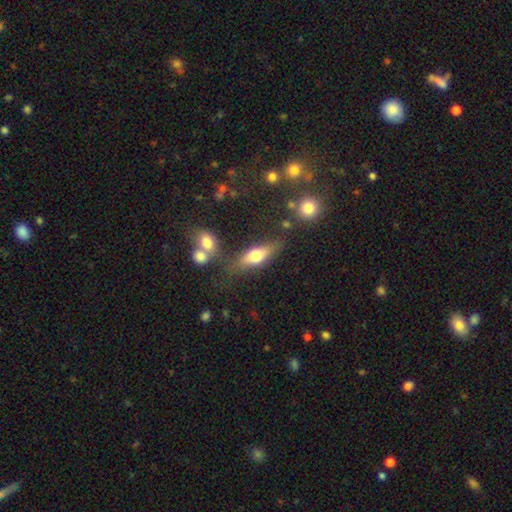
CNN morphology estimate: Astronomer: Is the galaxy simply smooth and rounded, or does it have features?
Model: smooth — 58% (runner-up: featured or disk, 34%).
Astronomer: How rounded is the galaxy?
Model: in between — 59% (runner-up: cigar-shaped, 36%).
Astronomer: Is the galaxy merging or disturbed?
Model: none — 70%.